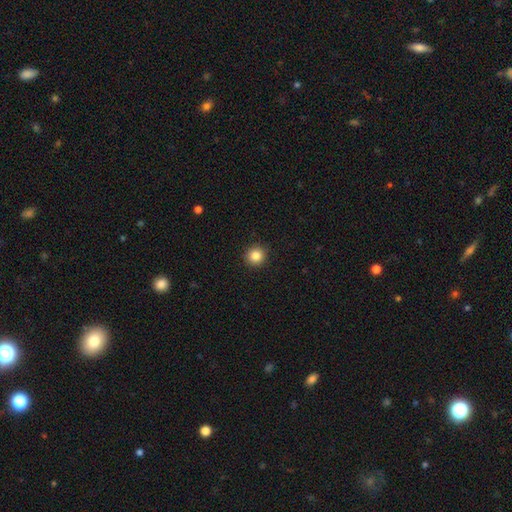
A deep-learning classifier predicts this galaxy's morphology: Smooth or featured? smooth (85%)
How rounded? round (93%)
Merging? none (92%)